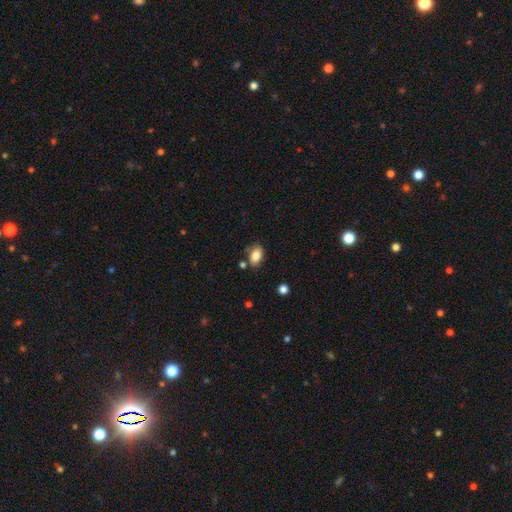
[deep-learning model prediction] smooth-or-featured: smooth: 83% | featured or disk: 9% | star or artifact: 8%
  how-rounded: in between: 87% | round: 11% | cigar-shaped: 2%
  merging: none: 70% | minor disturbance: 19% | merger: 7% | major disturbance: 4%